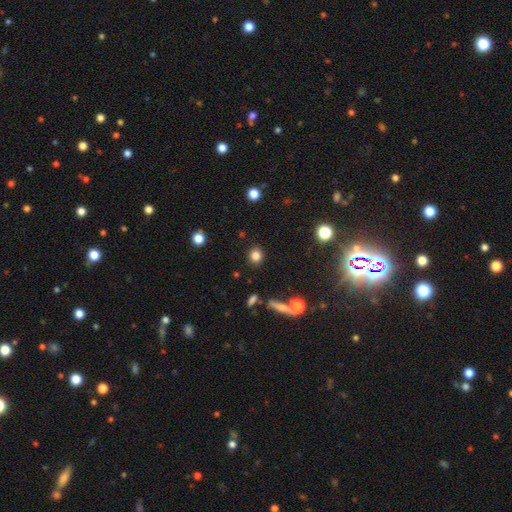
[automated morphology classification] A smooth galaxy with no disk features (83%) that is round (84%). Merging: none (89%).